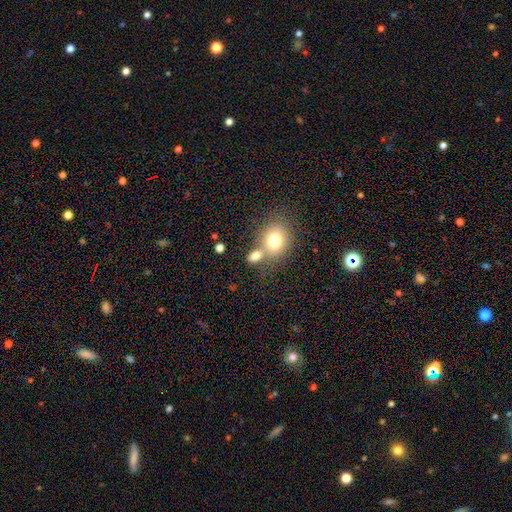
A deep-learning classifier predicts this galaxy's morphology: Overall: smooth (77%). How rounded: in between (59%; round 38%). Merging: merger (47%; none 39%).